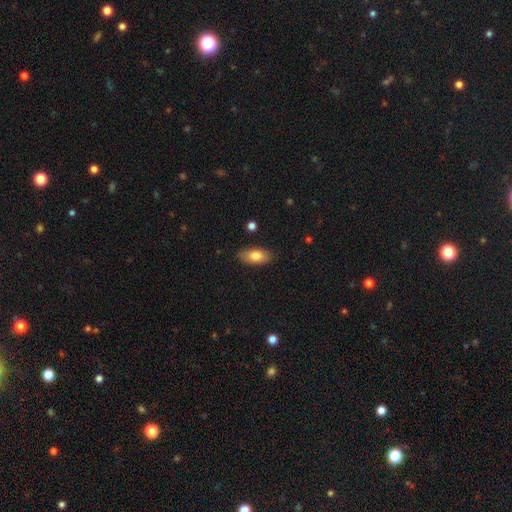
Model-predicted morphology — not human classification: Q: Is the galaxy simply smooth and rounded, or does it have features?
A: smooth — 80%.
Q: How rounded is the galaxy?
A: in between — 87%.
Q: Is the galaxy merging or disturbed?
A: none — 86%.